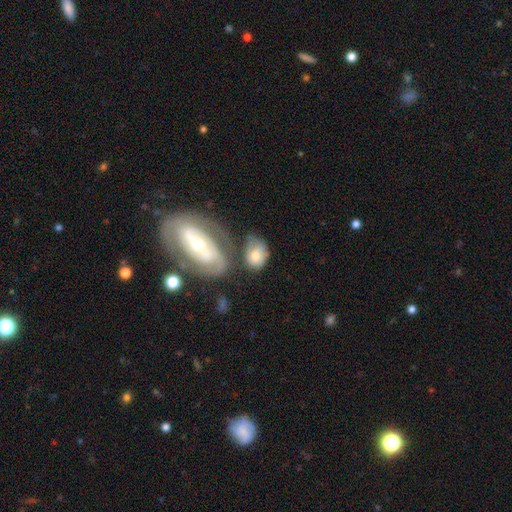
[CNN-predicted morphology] smooth 62%, featured or disk 31%, star or artifact 7%. Down the decision tree: how rounded — in between (74%); merging — none (35%).